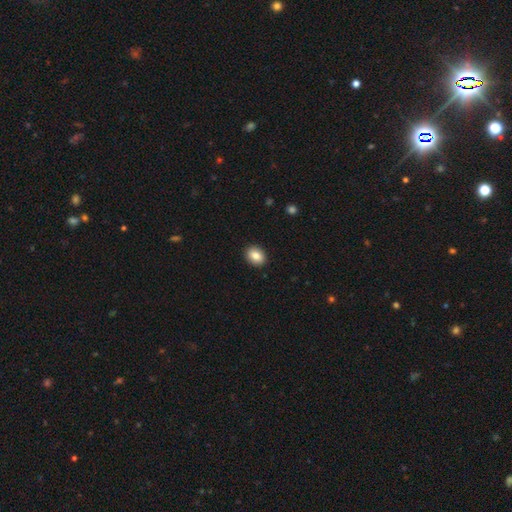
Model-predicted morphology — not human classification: Q: Smooth or featured?
A: smooth (84%); runner-up: star or artifact (8%)
Q: How rounded?
A: in between (55%); runner-up: round (44%)
Q: Merging?
A: none (91%); runner-up: minor disturbance (6%)